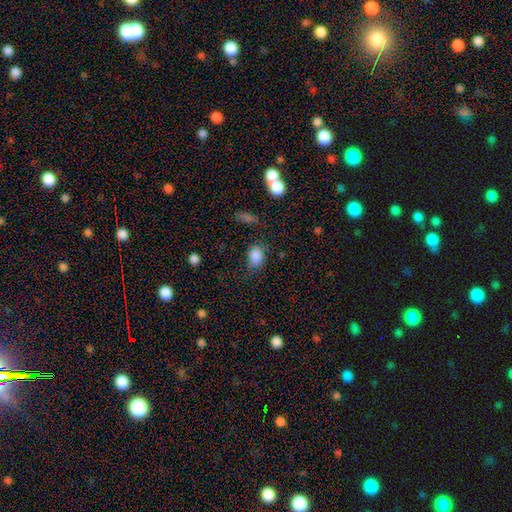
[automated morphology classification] Q: Smooth or featured?
A: smooth (85%); runner-up: star or artifact (10%)
Q: How rounded?
A: in between (74%); runner-up: round (25%)
Q: Merging?
A: none (70%); runner-up: minor disturbance (20%)